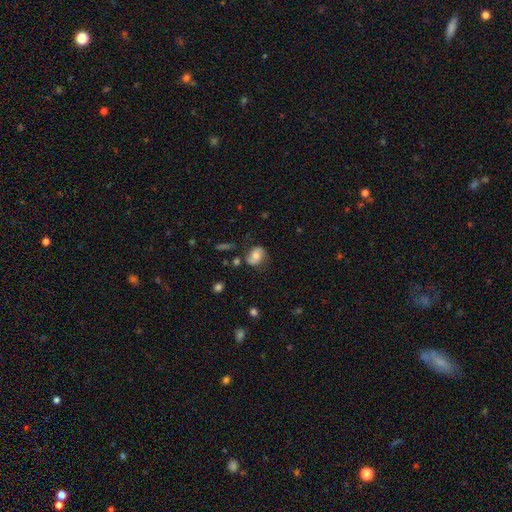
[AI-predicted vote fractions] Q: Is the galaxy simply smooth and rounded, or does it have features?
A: smooth — 53%.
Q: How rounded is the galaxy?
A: in between — 62%.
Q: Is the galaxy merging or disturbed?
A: none — 62%.